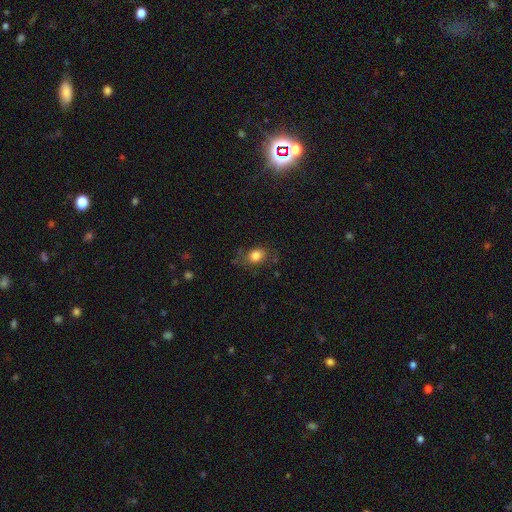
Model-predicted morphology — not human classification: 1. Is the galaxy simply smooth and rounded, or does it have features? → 81% smooth, 10% star or artifact, 9% featured or disk.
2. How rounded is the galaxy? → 58% in between, 41% round, 1% cigar-shaped.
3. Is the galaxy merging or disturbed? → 70% none, 21% minor disturbance, 8% major disturbance, 2% merger.